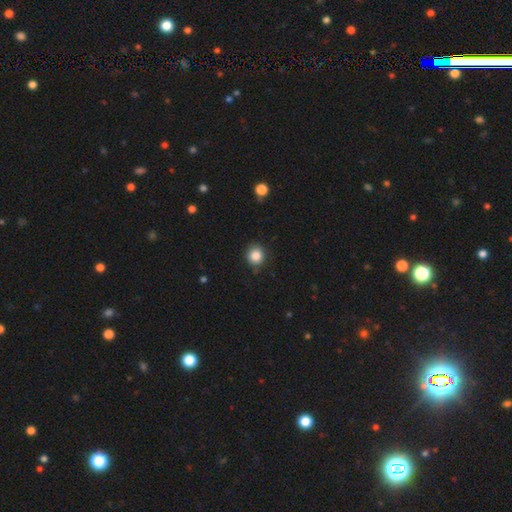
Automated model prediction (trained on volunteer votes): smooth-or-featured: smooth: 85% | star or artifact: 11% | featured or disk: 4%
  how-rounded: round: 88% | in between: 11% | cigar-shaped: 1%
  merging: none: 84% | minor disturbance: 12% | major disturbance: 3% | merger: 1%